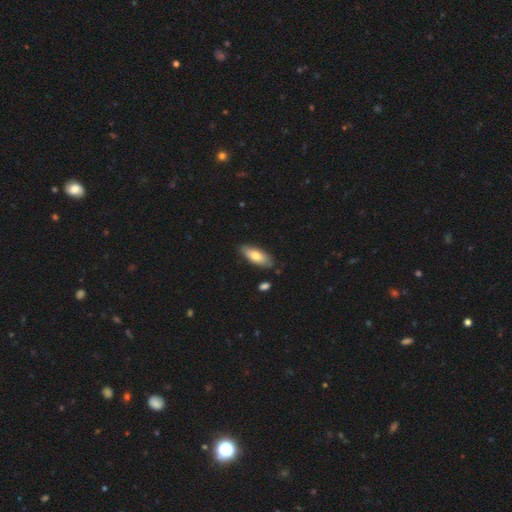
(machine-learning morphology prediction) The model was most divided on "how rounded": in between: 71%, cigar-shaped: 27%, round: 2%. More confident: merging — none (82%); smooth or featured — smooth (73%).